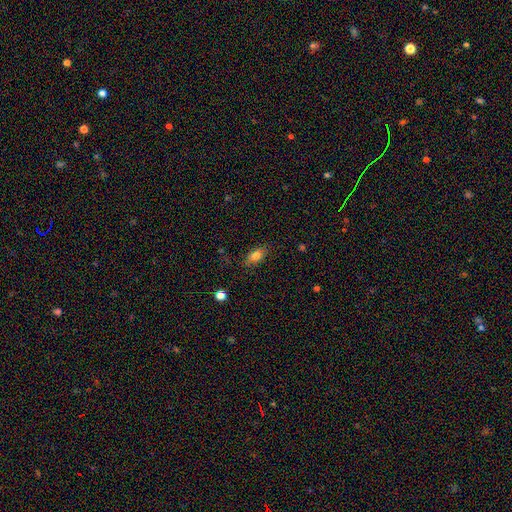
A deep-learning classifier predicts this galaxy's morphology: smooth-or-featured: smooth: 79% | featured or disk: 12% | star or artifact: 10%
  how-rounded: in between: 83% | cigar-shaped: 10% | round: 8%
  merging: none: 81% | minor disturbance: 14% | major disturbance: 4% | merger: 1%